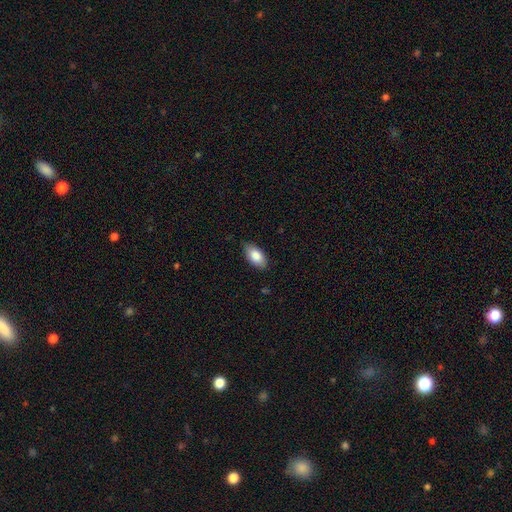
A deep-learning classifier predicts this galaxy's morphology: Smooth or featured? smooth (85%)
How rounded? in between (93%)
Merging? none (85%)